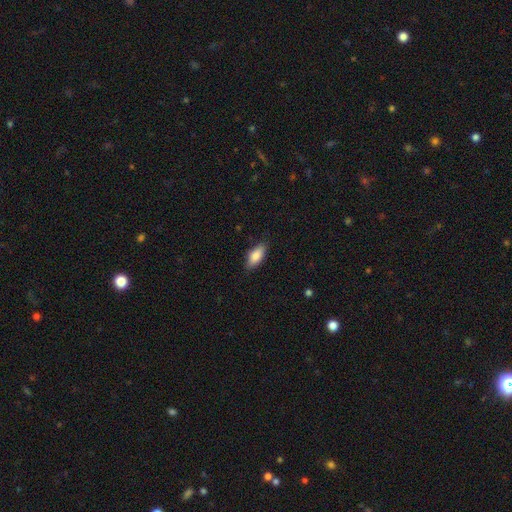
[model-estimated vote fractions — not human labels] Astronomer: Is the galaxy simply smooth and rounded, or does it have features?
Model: smooth — 84%.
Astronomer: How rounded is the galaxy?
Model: in between — 84%.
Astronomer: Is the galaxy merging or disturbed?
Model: none — 84%.